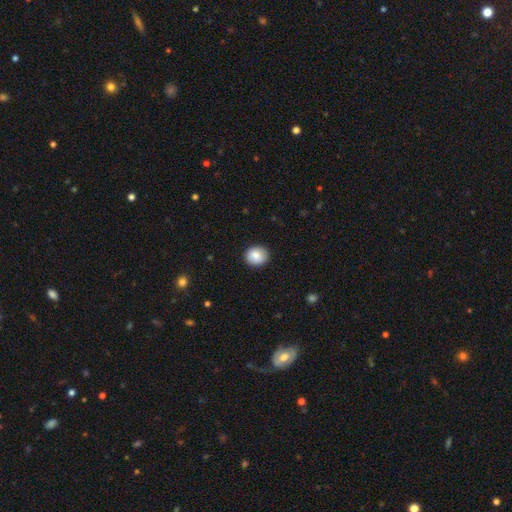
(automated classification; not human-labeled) smooth-or-featured: smooth: 84% | featured or disk: 9% | star or artifact: 8%
  how-rounded: round: 75% | in between: 24% | cigar-shaped: 1%
  merging: none: 89% | minor disturbance: 8% | major disturbance: 2% | merger: 1%